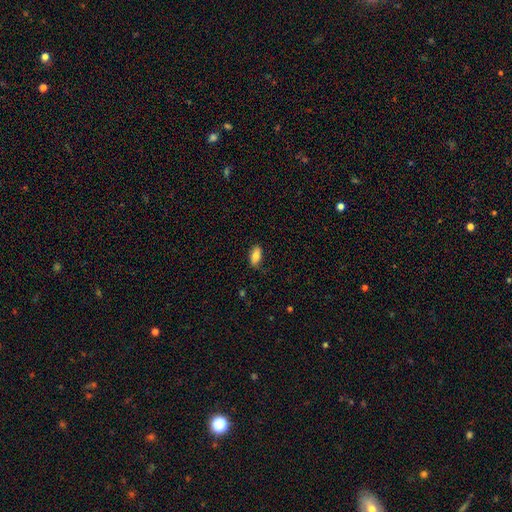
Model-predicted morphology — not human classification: Smooth or featured? Predicted: smooth (p=0.80). How rounded? Predicted: in between (p=0.88). Merging? Predicted: none (p=0.81).